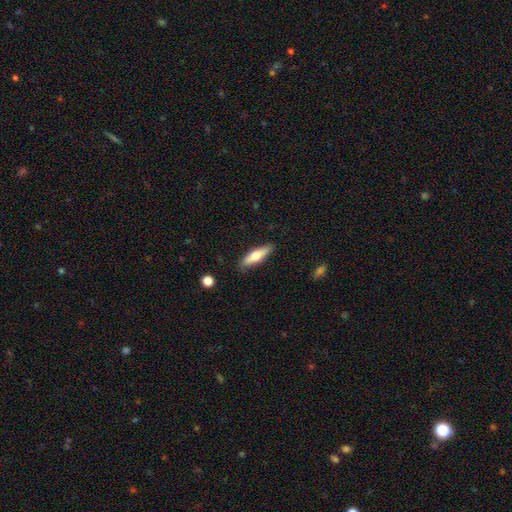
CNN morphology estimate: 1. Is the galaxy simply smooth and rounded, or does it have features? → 61% smooth, 33% featured or disk, 6% star or artifact.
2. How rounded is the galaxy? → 63% cigar-shaped, 35% in between, 2% round.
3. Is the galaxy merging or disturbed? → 87% none, 10% minor disturbance, 2% major disturbance, 1% merger.